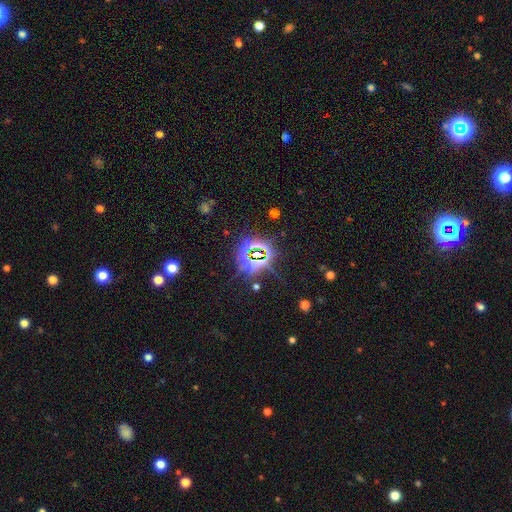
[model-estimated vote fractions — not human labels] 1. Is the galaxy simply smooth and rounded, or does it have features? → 81% star or artifact, 11% smooth, 8% featured or disk.